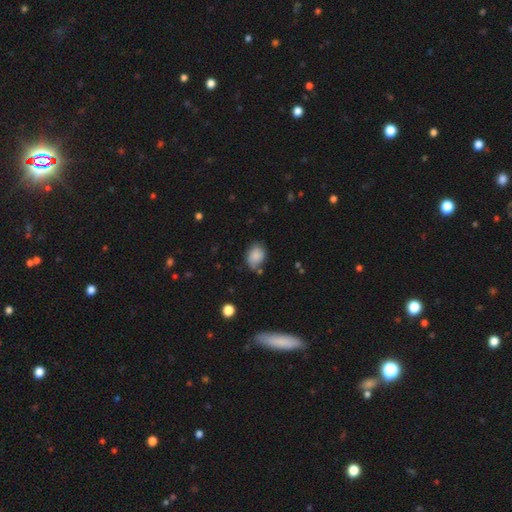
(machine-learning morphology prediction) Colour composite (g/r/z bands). It shows a smooth galaxy with no disk features (81%) that is in between round and cigar-shaped (65%). Merging: none (58%).